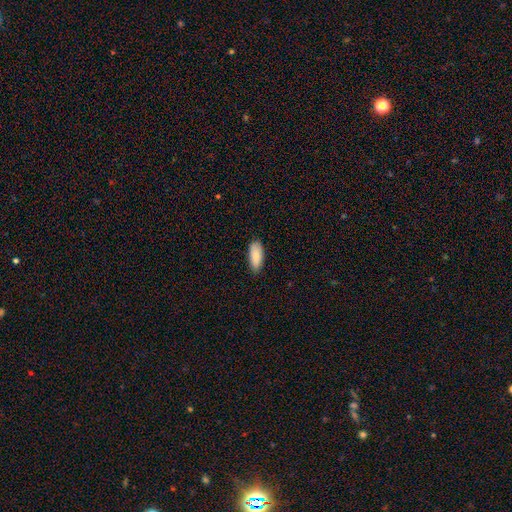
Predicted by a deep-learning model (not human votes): Smooth or featured?
  - smooth: 88% *
  - featured or disk: 6%
  - star or artifact: 6%
How rounded?
  - in between: 83% *
  - cigar-shaped: 15%
  - round: 2%
Merging?
  - none: 82% *
  - minor disturbance: 15%
  - major disturbance: 2%
  - merger: 1%